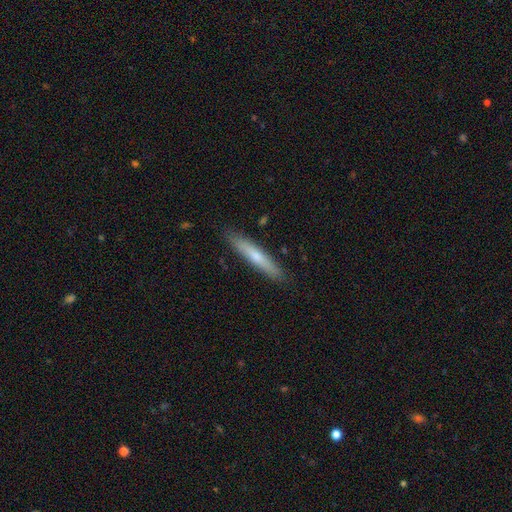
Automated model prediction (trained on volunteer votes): Overall: smooth (59%; featured or disk 35%). How rounded: cigar-shaped (93%). Merging: none (88%).